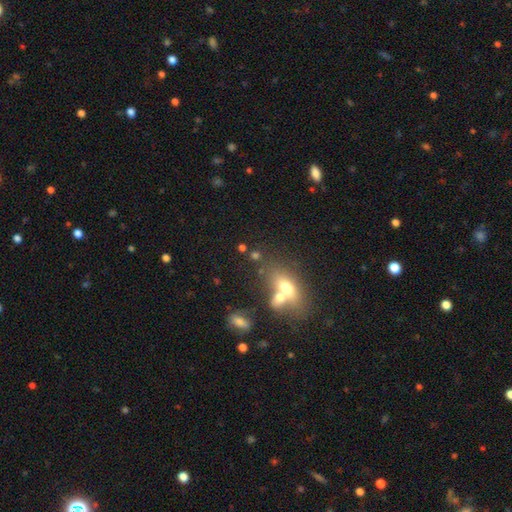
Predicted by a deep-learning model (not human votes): A smooth galaxy with no disk features (59%) that is in between round and cigar-shaped (59%).

Vote fractions:
- Smooth or featured? smooth: 59% / featured or disk: 21% / star or artifact: 20%
- How rounded? in between: 59% / round: 30% / cigar-shaped: 12%
- Merging? merger: 46% / none: 37% / minor disturbance: 10% / major disturbance: 7%